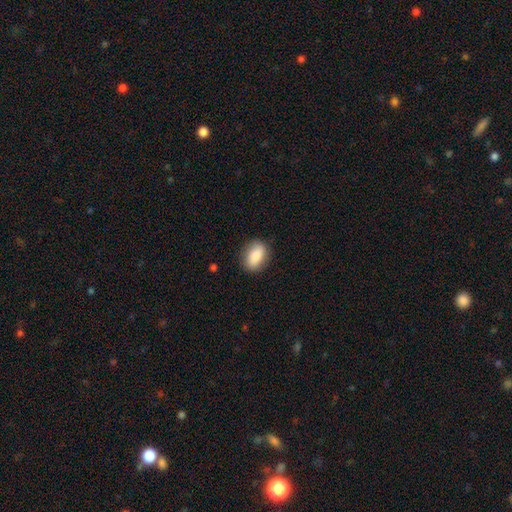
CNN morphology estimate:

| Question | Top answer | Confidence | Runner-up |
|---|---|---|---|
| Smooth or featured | smooth | 86% | featured or disk (8%) |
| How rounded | in between | 85% | round (13%) |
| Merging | none | 83% | minor disturbance (13%) |